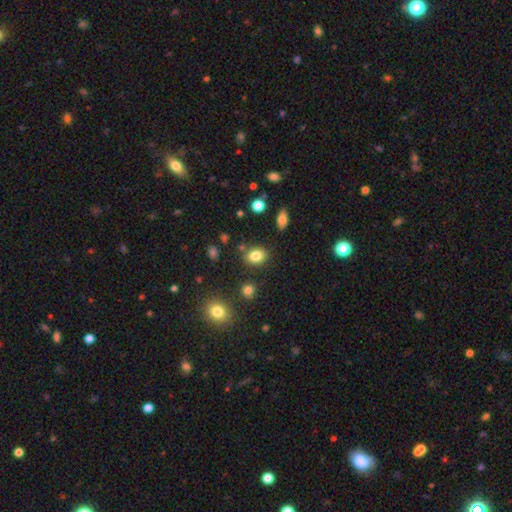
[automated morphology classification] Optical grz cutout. It shows a smooth galaxy with no disk features (82%) that is in between round and cigar-shaped (66%). Merging: none (80%).